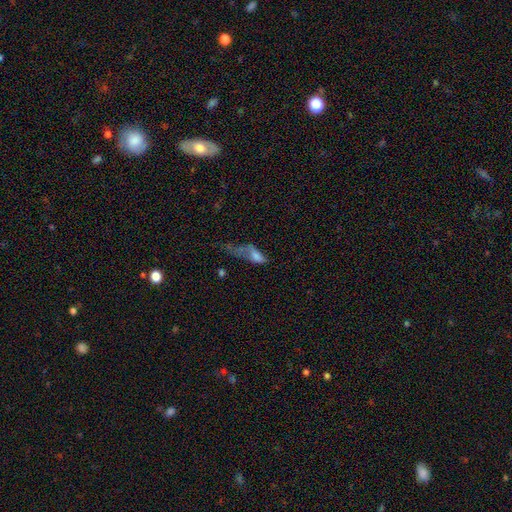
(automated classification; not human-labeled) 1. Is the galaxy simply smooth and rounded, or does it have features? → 59% smooth, 28% featured or disk, 13% star or artifact.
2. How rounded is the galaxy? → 68% in between, 26% cigar-shaped, 5% round.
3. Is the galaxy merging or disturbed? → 55% major disturbance, 16% minor disturbance, 15% none, 14% merger.